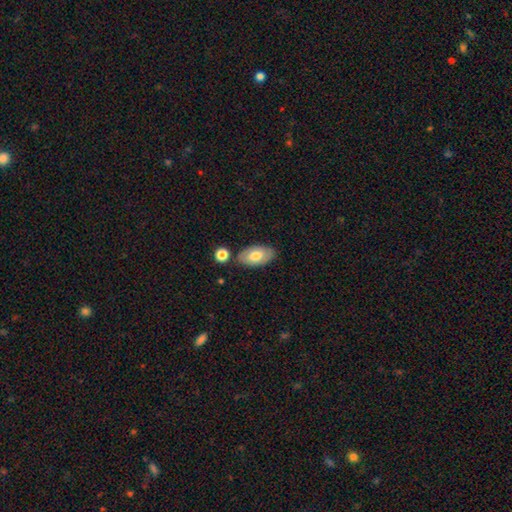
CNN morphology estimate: smooth 70%, featured or disk 23%, star or artifact 6%. Down the decision tree: how rounded — in between (94%); merging — none (77%).